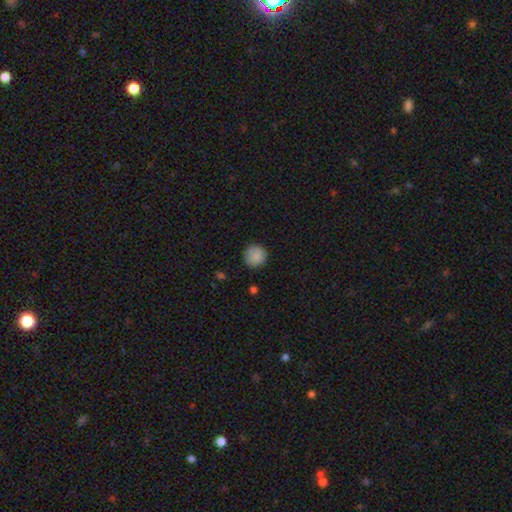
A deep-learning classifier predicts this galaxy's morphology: Overall: smooth (88%). How rounded: round (94%). Merging: none (89%).